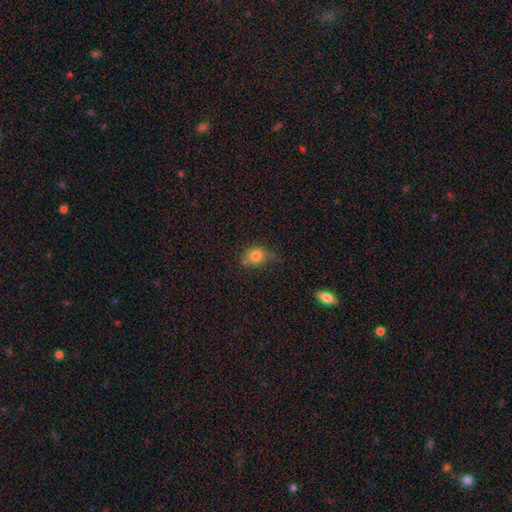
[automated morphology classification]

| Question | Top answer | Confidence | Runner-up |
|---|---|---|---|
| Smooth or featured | smooth | 80% | star or artifact (12%) |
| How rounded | round | 77% | in between (22%) |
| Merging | none | 64% | minor disturbance (22%) |